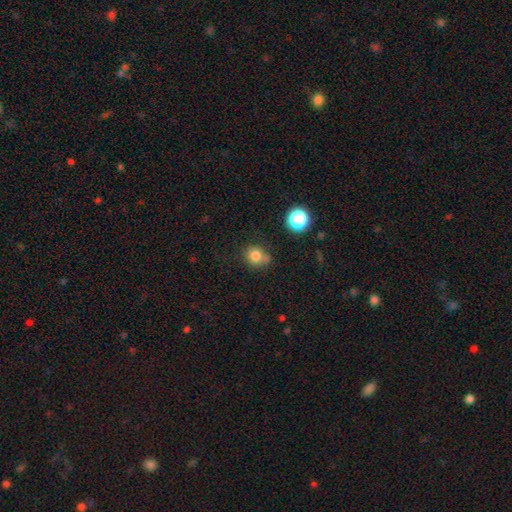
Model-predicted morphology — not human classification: This appears to be a smooth galaxy with no disk features (80%) that is round (75%). Merging: none (62%).